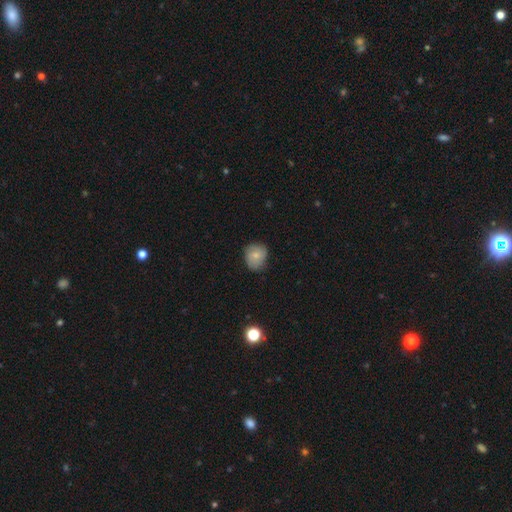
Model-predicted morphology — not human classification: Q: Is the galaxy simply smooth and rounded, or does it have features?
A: smooth — 68%.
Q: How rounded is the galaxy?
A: round — 71%.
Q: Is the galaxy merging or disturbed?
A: none — 72%.